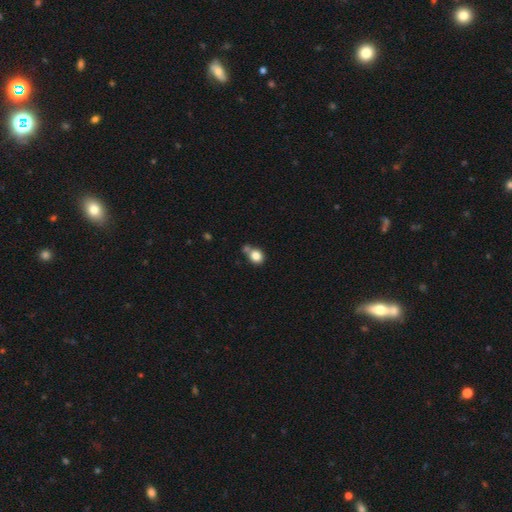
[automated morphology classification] smooth 82%, star or artifact 10%, featured or disk 8%. Down the decision tree: how rounded — round (70%); merging — none (52%).